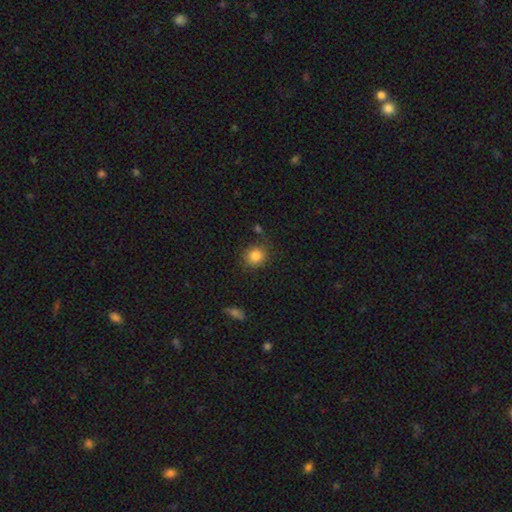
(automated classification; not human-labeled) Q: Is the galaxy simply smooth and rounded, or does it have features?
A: smooth — 83%.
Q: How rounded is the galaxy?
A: round — 80%.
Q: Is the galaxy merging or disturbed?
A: none — 78%.